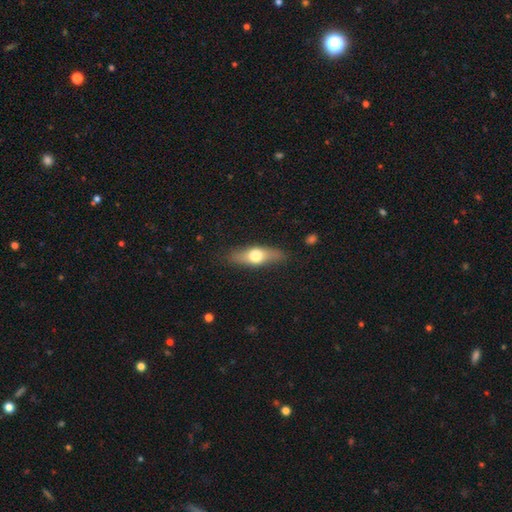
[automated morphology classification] type=smooth (55%); roundness=in between (53%); merging=none (84%).